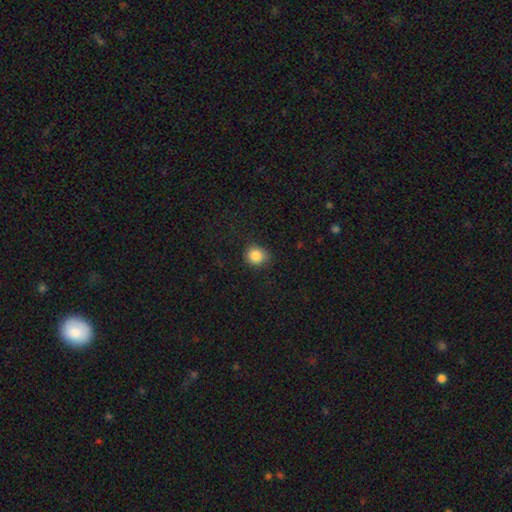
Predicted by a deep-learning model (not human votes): Overall: smooth (86%). How rounded: round (85%). Merging: none (85%).